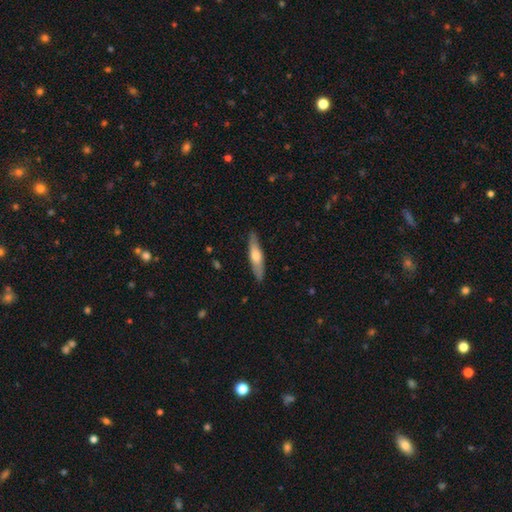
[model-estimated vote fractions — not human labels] Morphology: type=smooth (52%); roundness=cigar-shaped (80%); merging=none (87%).